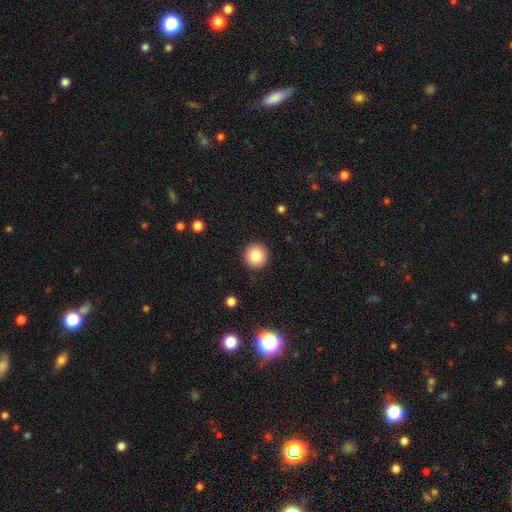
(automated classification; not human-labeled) A smooth galaxy with no disk features (83%) that is round (96%). Merging: none (91%).